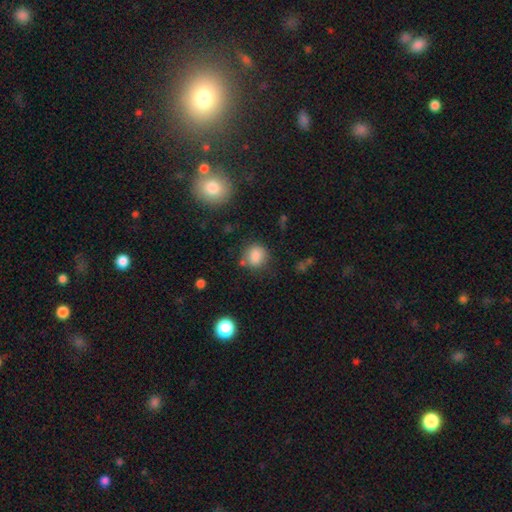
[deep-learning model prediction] This is clearly a smooth galaxy (83%). How rounded: likely round (73%). Merging: likely none (73%).